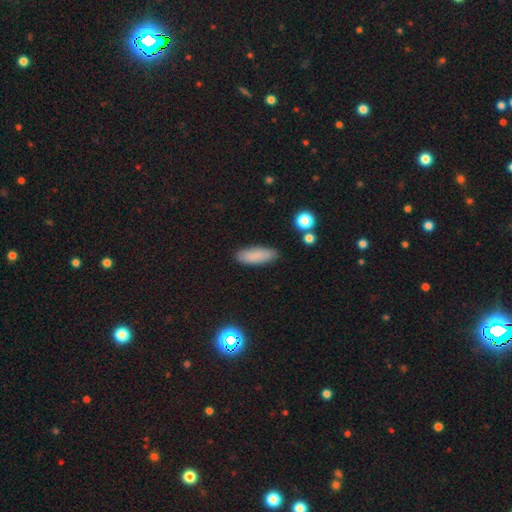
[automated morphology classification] Smooth or featured? Predicted: smooth (p=0.86). How rounded? Predicted: in between (p=0.60). Merging? Predicted: none (p=0.86).